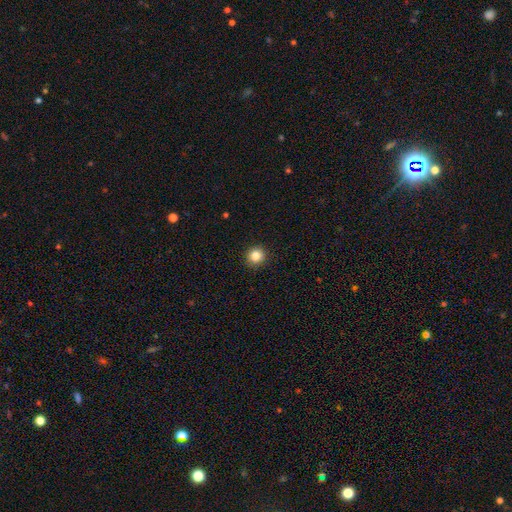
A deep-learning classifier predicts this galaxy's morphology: Smooth or featured?
  - smooth: 84% *
  - star or artifact: 11%
  - featured or disk: 5%
How rounded?
  - round: 92% *
  - in between: 7%
  - cigar-shaped: 1%
Merging?
  - none: 92% *
  - minor disturbance: 5%
  - major disturbance: 2%
  - merger: 1%